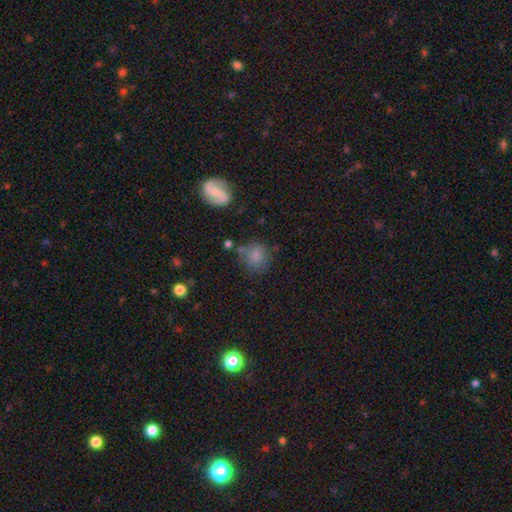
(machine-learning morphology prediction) Smooth or featured? Predicted: smooth (p=0.73). How rounded? Predicted: round (p=0.72). Merging? Predicted: none (p=0.62).